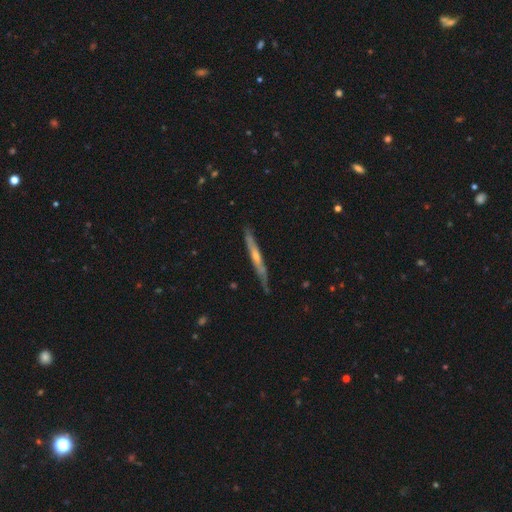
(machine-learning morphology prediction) Smooth or featured: featured or disk — 66% (smooth — 29%)
Edge-on disk: yes — 92% (no — 8%)
Edge-on bulge: rounded — 52% (none — 43%)
Merging: none — 78% (minor disturbance — 18%)